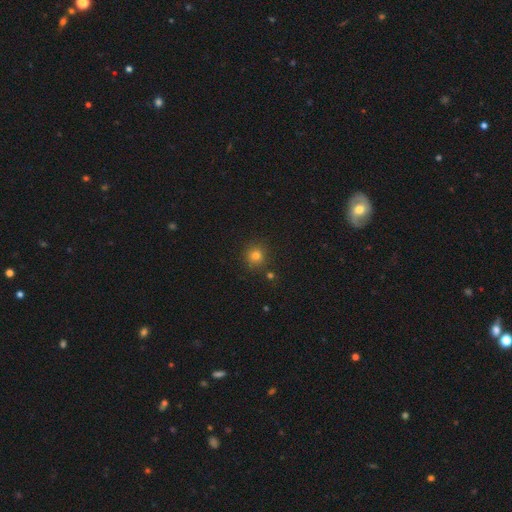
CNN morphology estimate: A smooth galaxy with no disk features (78%) that is round (91%).

Vote fractions:
- Smooth or featured? smooth: 78% / star or artifact: 16% / featured or disk: 6%
- How rounded? round: 91% / in between: 8% / cigar-shaped: 1%
- Merging? none: 85% / minor disturbance: 7% / merger: 5% / major disturbance: 2%